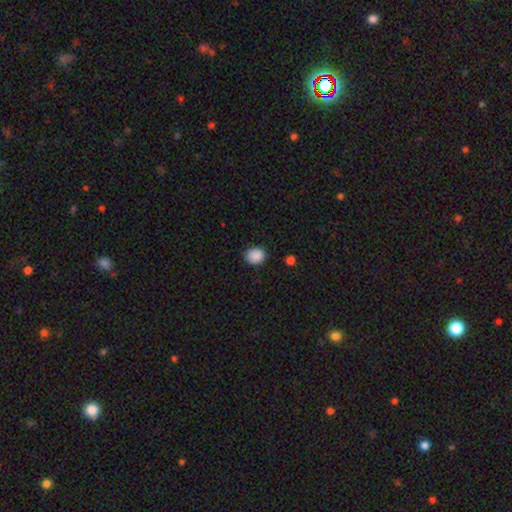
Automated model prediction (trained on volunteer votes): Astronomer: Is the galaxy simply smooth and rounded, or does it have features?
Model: smooth — 88%.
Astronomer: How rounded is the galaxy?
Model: round — 66%.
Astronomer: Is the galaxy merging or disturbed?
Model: none — 85%.